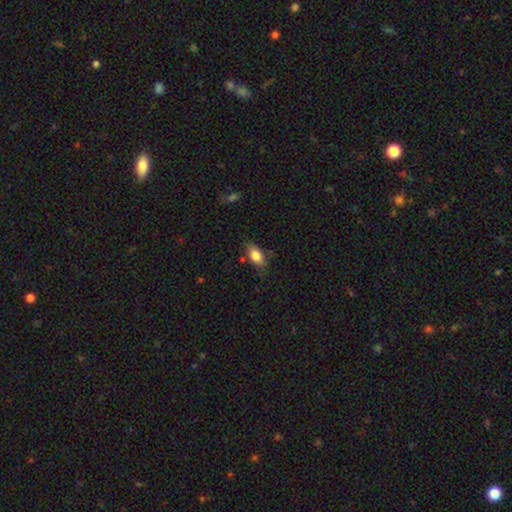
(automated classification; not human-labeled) A smooth galaxy with no disk features (81%) that is in between round and cigar-shaped (86%). Merging: none (71%).